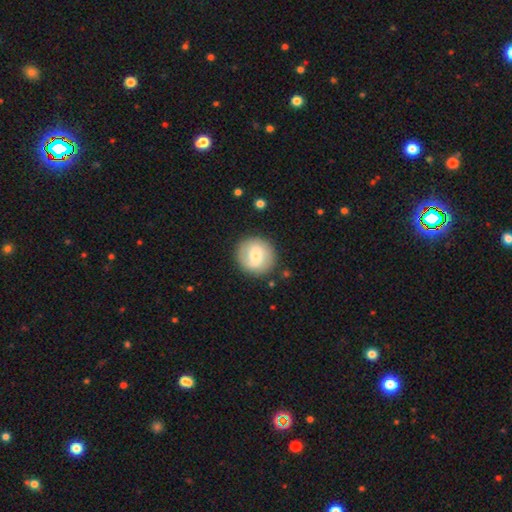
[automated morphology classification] Smooth or featured? smooth (57%)
How rounded? round (93%)
Merging? none (87%)